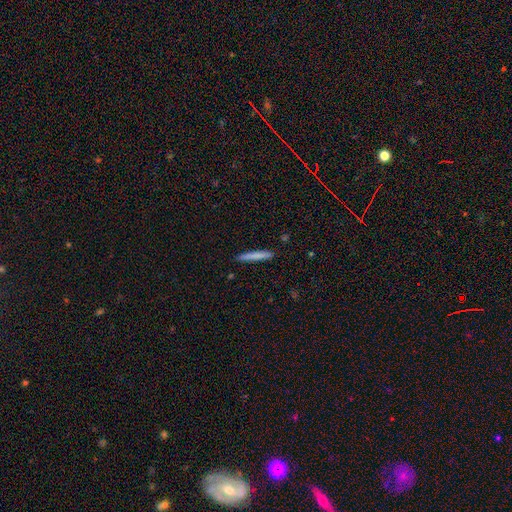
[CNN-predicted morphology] A smooth galaxy with no disk features (77%) that is cigar-shaped (95%). Merging: none (90%).